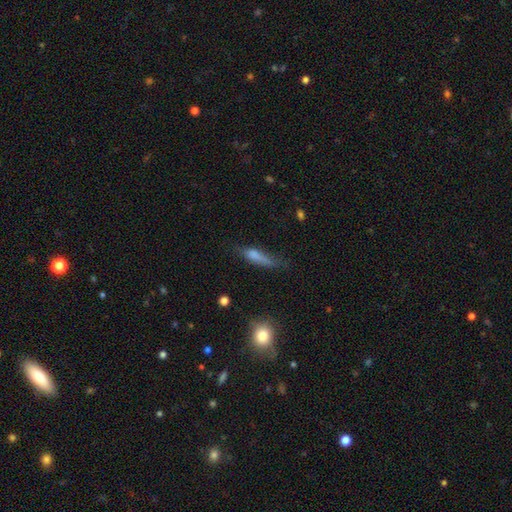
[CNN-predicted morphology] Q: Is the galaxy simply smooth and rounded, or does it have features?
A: smooth — 70%.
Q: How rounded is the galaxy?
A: cigar-shaped — 66%.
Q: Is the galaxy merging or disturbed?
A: none — 47%.